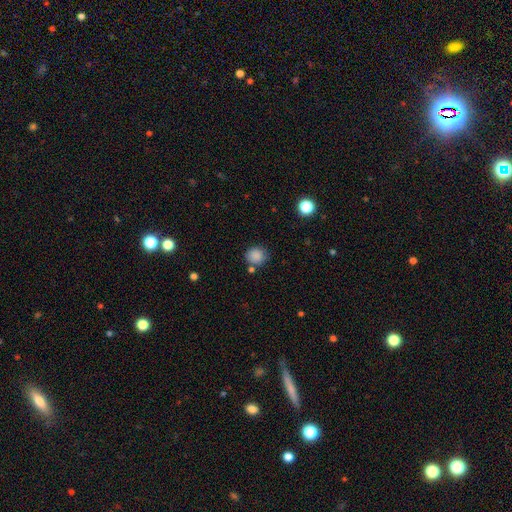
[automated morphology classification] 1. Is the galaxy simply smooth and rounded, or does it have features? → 86% smooth, 10% star or artifact, 4% featured or disk.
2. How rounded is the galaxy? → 85% round, 14% in between, 1% cigar-shaped.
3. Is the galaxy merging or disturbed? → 75% none, 14% minor disturbance, 7% merger, 4% major disturbance.